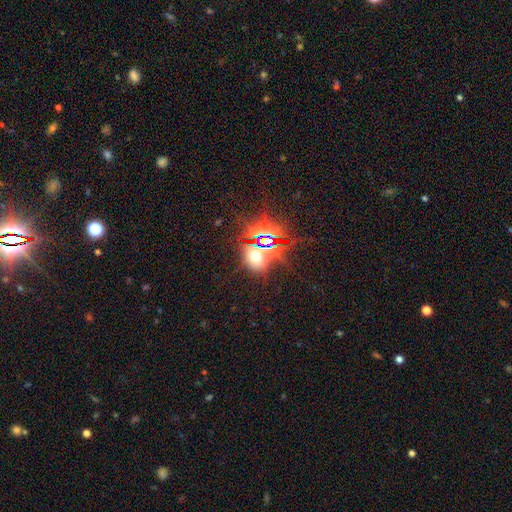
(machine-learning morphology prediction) Overall: star or artifact (56%; smooth 33%).